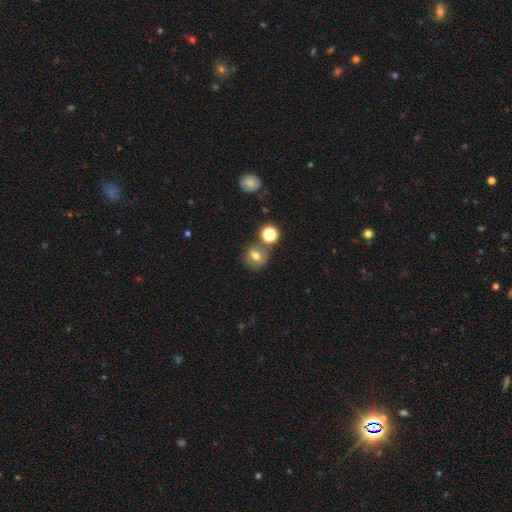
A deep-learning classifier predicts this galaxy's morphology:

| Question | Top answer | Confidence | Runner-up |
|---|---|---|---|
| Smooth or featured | smooth | 64% | featured or disk (21%) |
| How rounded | round | 73% | in between (26%) |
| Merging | none | 65% | merger (17%) |